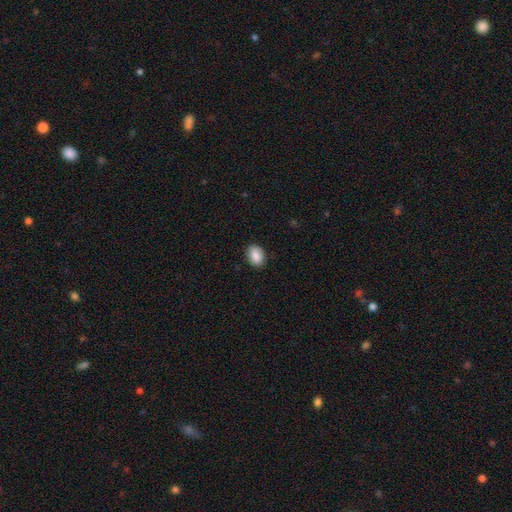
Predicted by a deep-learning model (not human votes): Smooth or featured? Predicted: smooth (p=0.88). How rounded? Predicted: in between (p=0.78). Merging? Predicted: none (p=0.87).